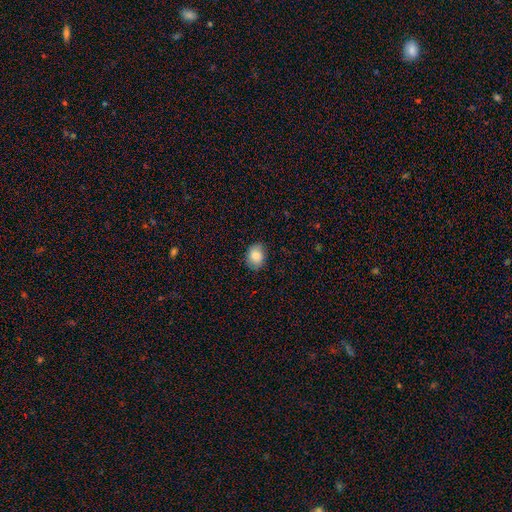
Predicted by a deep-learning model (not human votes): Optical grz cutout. It shows a smooth galaxy with no disk features (85%) that is in between round and cigar-shaped (56%). Merging: none (81%).